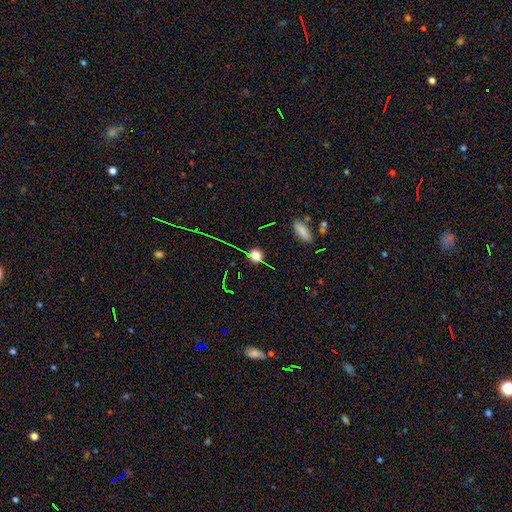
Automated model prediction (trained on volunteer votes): Smooth or featured?
  - smooth: 60% *
  - star or artifact: 30%
  - featured or disk: 11%
How rounded?
  - round: 79% *
  - in between: 17%
  - cigar-shaped: 4%
Merging?
  - none: 84% *
  - minor disturbance: 10%
  - major disturbance: 3%
  - merger: 3%